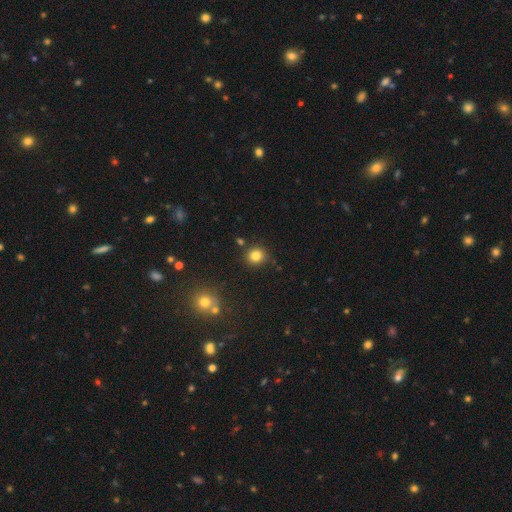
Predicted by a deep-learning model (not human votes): smooth 82%, star or artifact 13%, featured or disk 5%. Down the decision tree: how rounded — round (90%); merging — none (85%).